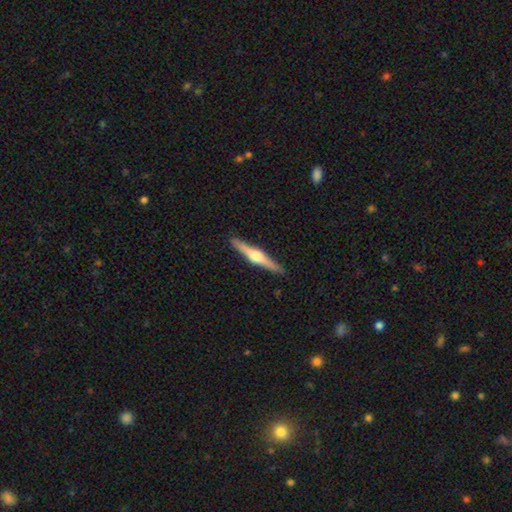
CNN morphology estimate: type=featured or disk (76%); edge-on=yes (98%); edge-on bulge=rounded (93%); merging=none (91%).